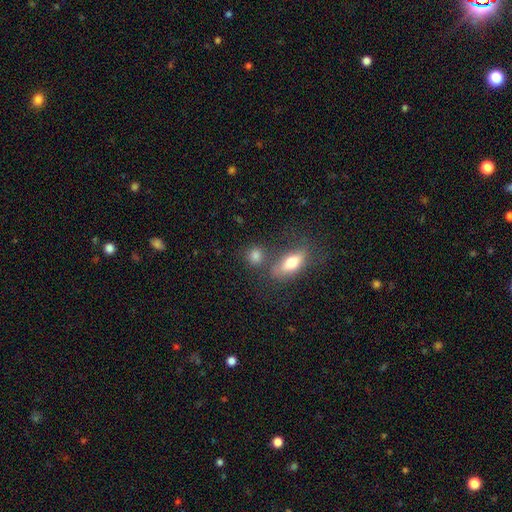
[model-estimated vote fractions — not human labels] Smooth or featured: smooth — 78% (star or artifact — 11%)
How rounded: round — 54% (in between — 40%)
Merging: none — 63% (merger — 20%)